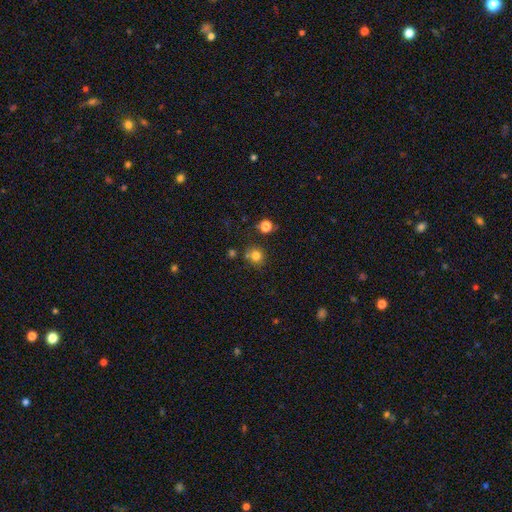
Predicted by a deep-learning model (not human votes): Smooth or featured? smooth (79%)
How rounded? round (83%)
Merging? none (73%)